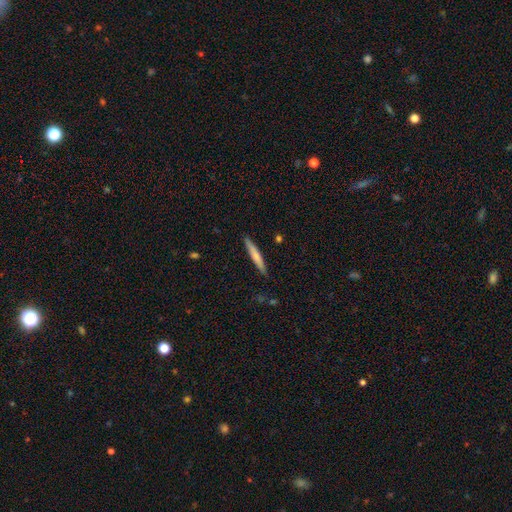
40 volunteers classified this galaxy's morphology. A smooth galaxy with no disk features (68%) that is cigar-shaped (96%). Merging: none (85%).